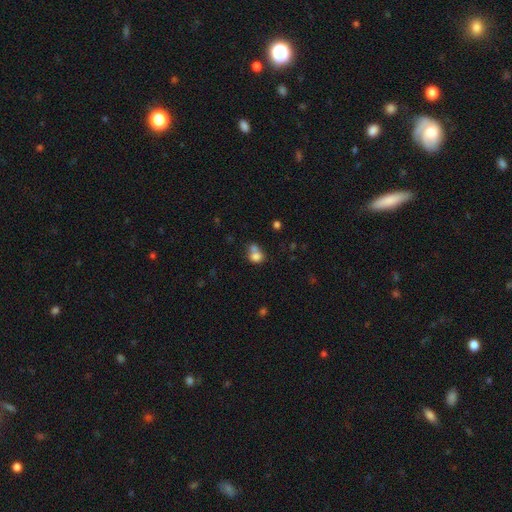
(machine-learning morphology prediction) A smooth galaxy with no disk features (77%) that is round (64%). Merging: merger (51%).